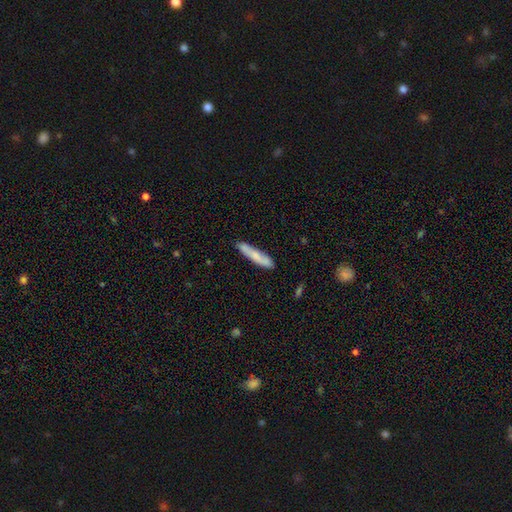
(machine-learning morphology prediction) Smooth or featured: smooth — 69% (featured or disk — 25%)
How rounded: cigar-shaped — 90% (in between — 9%)
Merging: none — 82% (minor disturbance — 14%)